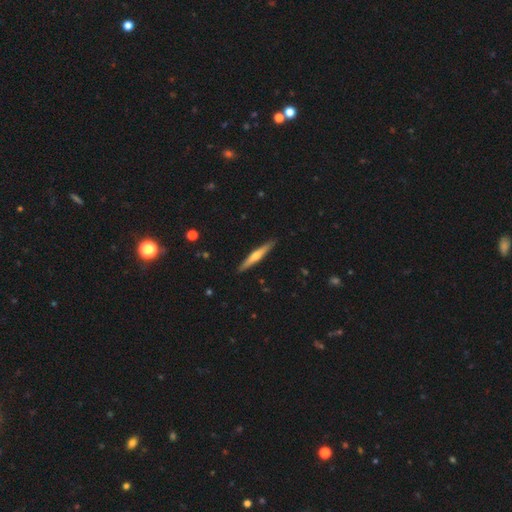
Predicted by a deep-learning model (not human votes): This is possibly a featured or disk galaxy (57%). It is clearly viewed edge-on (97%). Edge-on bulge: clearly rounded (81%). Merging: clearly none (90%).